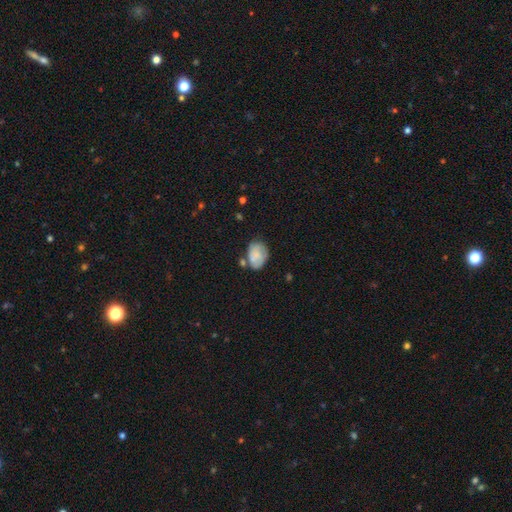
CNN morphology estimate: Q: Smooth or featured?
A: smooth (61%); runner-up: featured or disk (31%)
Q: How rounded?
A: in between (73%); runner-up: round (25%)
Q: Merging?
A: none (50%); runner-up: minor disturbance (27%)